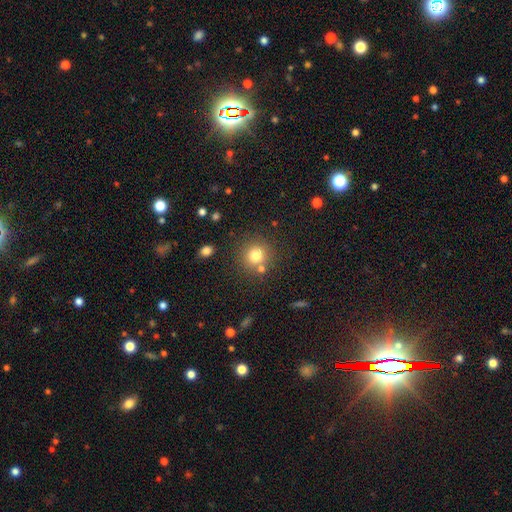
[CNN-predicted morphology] smooth 78%, star or artifact 14%, featured or disk 9%. Down the decision tree: how rounded — round (91%); merging — none (76%).